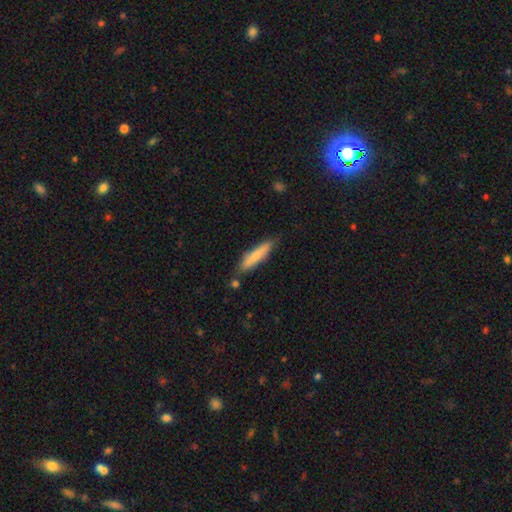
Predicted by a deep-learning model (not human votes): This appears to be a smooth galaxy with no disk features (72%) that is cigar-shaped (84%). Merging: none (77%).